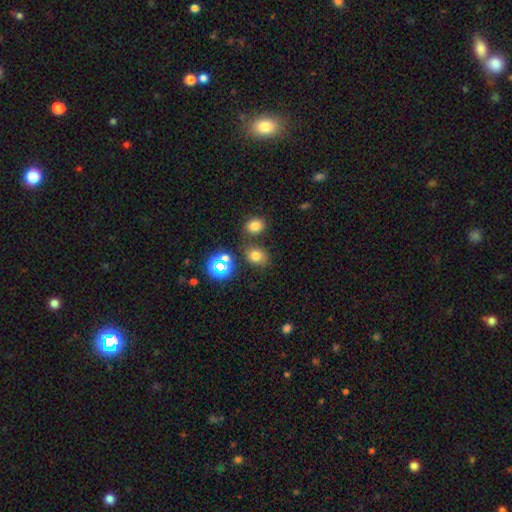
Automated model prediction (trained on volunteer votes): Smooth or featured? Predicted: smooth (p=0.71). How rounded? Predicted: in between (p=0.52). Merging? Predicted: none (p=0.72).